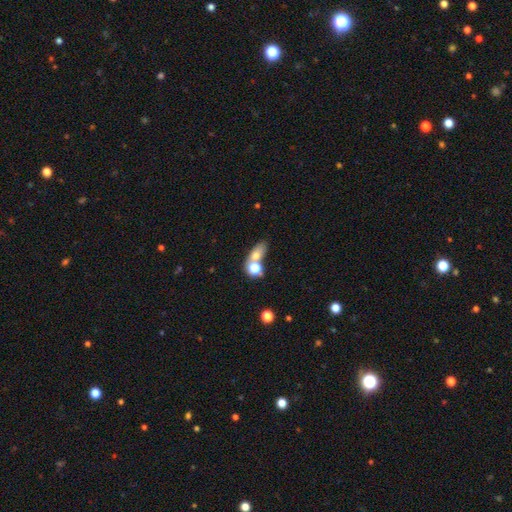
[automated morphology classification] Q: Smooth or featured?
A: smooth (66%); runner-up: featured or disk (20%)
Q: How rounded?
A: in between (62%); runner-up: round (30%)
Q: Merging?
A: merger (44%); runner-up: none (40%)